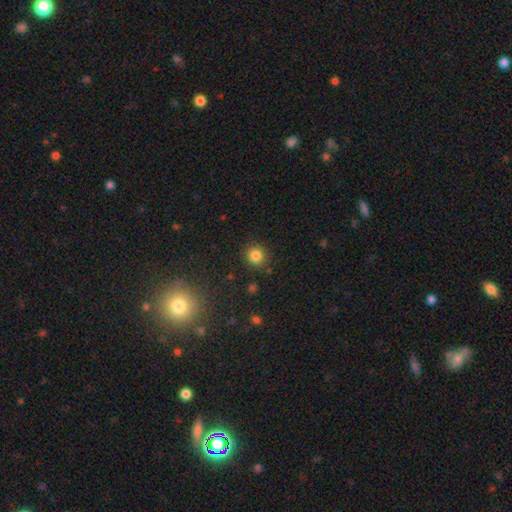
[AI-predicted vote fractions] Smooth or featured: smooth — 82% (star or artifact — 13%)
How rounded: round — 92% (in between — 7%)
Merging: none — 88% (minor disturbance — 7%)